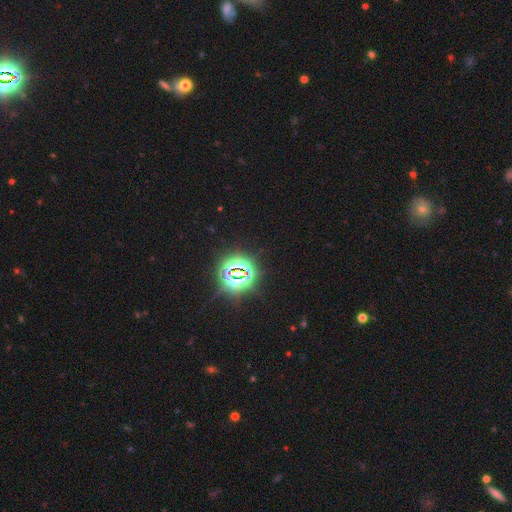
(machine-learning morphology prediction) smooth_or_featured: star or artifact (p=0.83) [alt: smooth p=0.10]